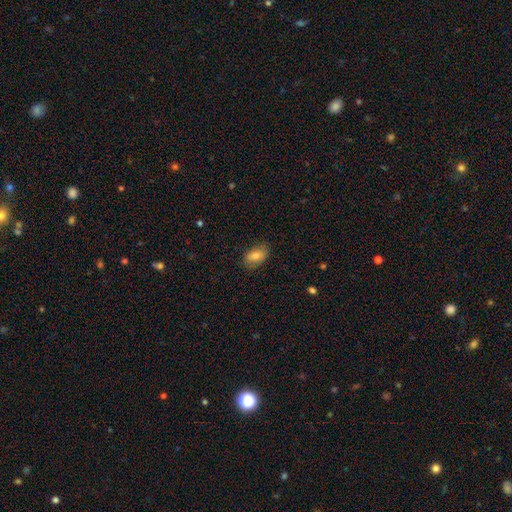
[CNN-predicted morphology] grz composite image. It shows a smooth galaxy with no disk features (79%) that is in between round and cigar-shaped (90%). Merging: none (79%).